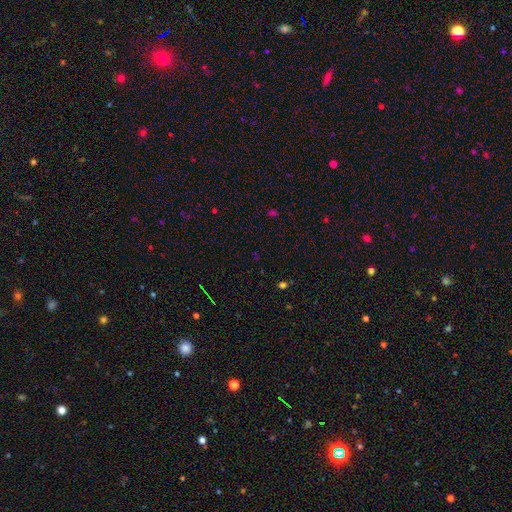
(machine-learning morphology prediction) Smooth or featured? star or artifact (66%)